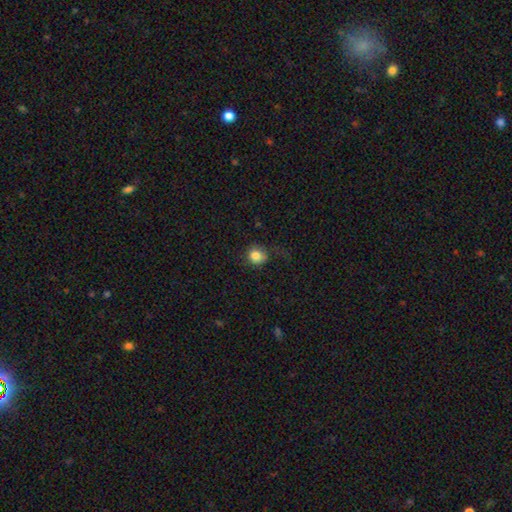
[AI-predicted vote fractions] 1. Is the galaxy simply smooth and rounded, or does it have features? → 83% smooth, 11% star or artifact, 6% featured or disk.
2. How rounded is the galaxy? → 80% round, 19% in between, 1% cigar-shaped.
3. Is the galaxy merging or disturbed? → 68% none, 20% minor disturbance, 10% major disturbance, 1% merger.